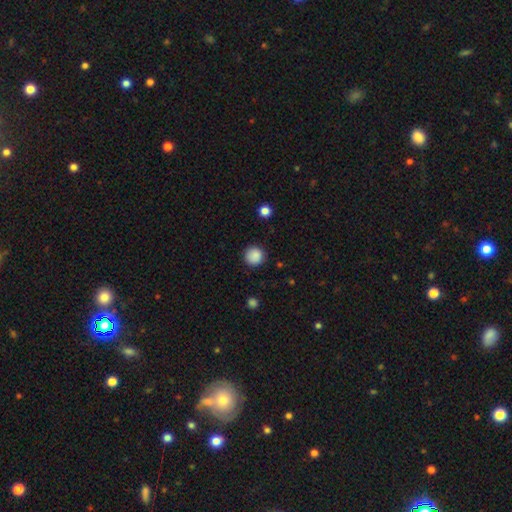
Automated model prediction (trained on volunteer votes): Overall: smooth (88%). How rounded: round (94%). Merging: none (89%).